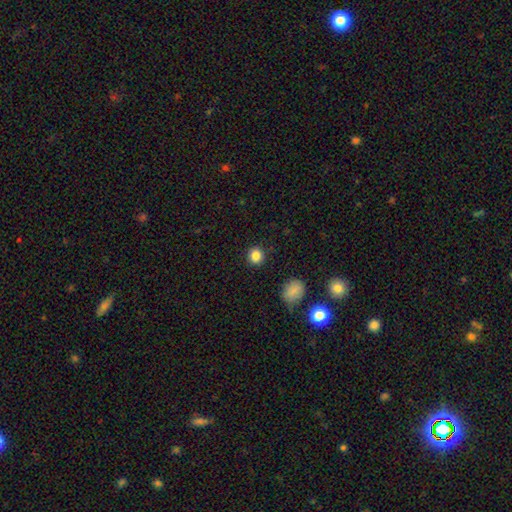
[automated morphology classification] Smooth or featured: smooth — 85% (star or artifact — 11%)
How rounded: round — 89% (in between — 10%)
Merging: none — 91% (minor disturbance — 6%)